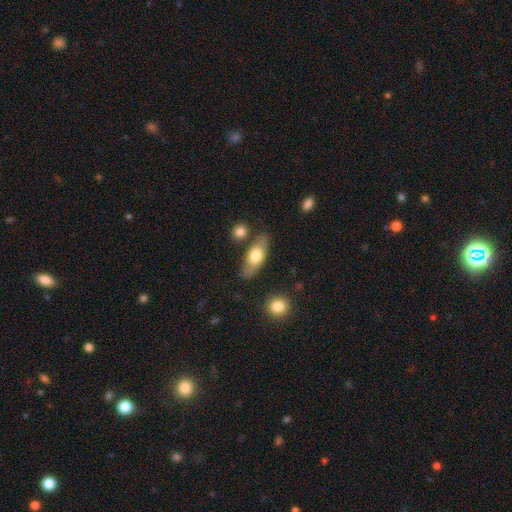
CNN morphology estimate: This appears to be a smooth galaxy with no disk features (67%) that is in between round and cigar-shaped (77%). Merging: none (76%).